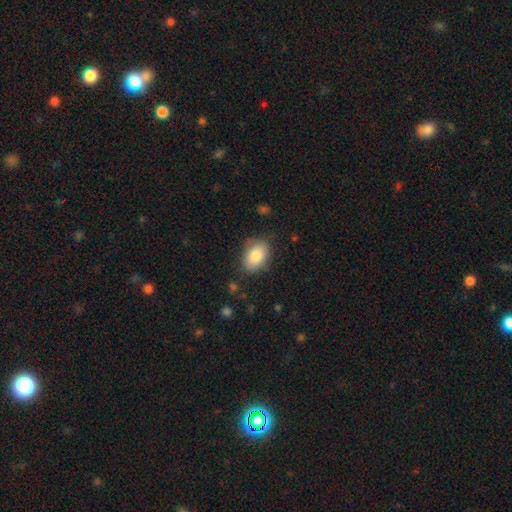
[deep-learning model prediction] smooth-or-featured: smooth: 84% | featured or disk: 9% | star or artifact: 7%
  how-rounded: in between: 86% | round: 13% | cigar-shaped: 1%
  merging: none: 78% | minor disturbance: 16% | major disturbance: 4% | merger: 1%